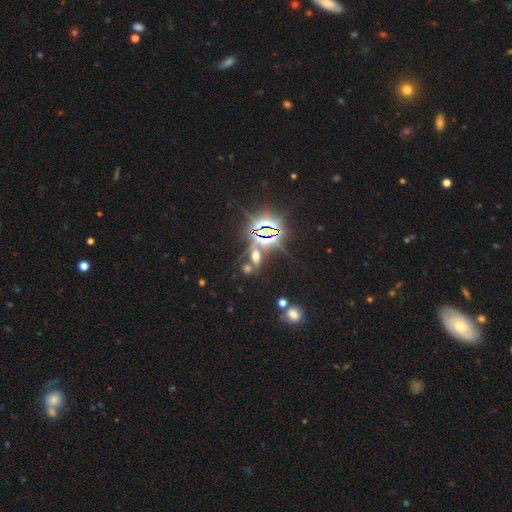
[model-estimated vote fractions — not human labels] This is possibly a star or artifact rather than a galaxy (55%).